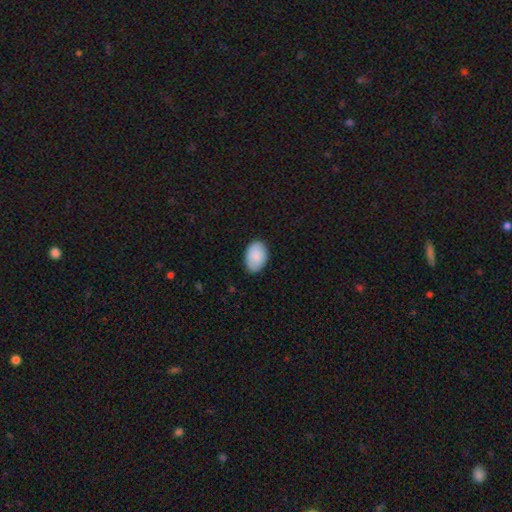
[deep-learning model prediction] Overall: smooth (88%). How rounded: in between (89%). Merging: none (85%).